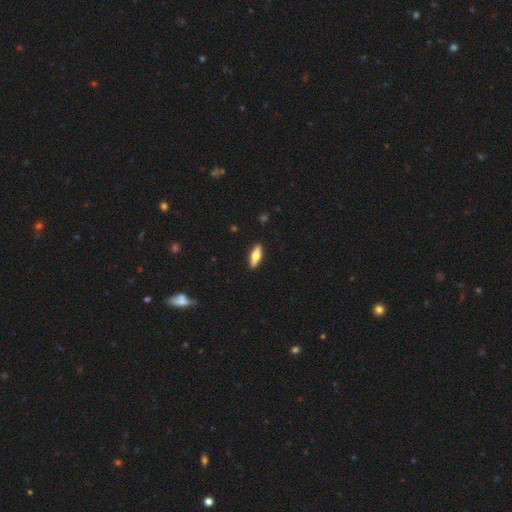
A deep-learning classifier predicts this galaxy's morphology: A smooth galaxy with no disk features (59%) that is in between round and cigar-shaped (51%).

Vote fractions:
- Smooth or featured? smooth: 59% / featured or disk: 35% / star or artifact: 6%
- How rounded? in between: 51% / cigar-shaped: 47% / round: 2%
- Merging? none: 90% / minor disturbance: 7% / major disturbance: 2% / merger: 1%